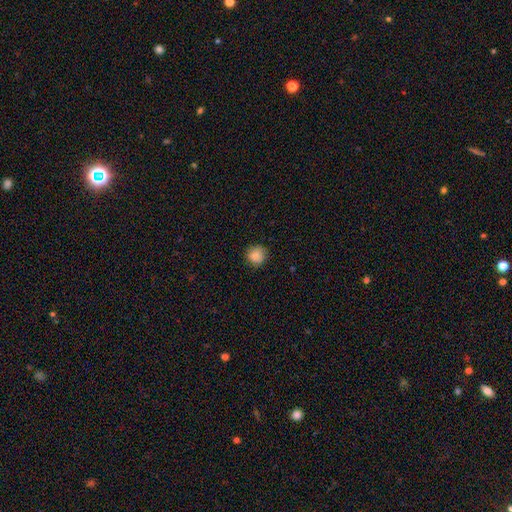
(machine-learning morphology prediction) This is clearly a smooth galaxy (87%). How rounded: clearly round (91%). Merging: clearly none (86%).